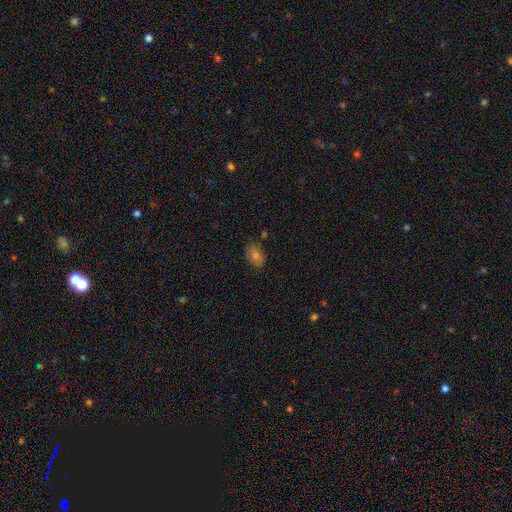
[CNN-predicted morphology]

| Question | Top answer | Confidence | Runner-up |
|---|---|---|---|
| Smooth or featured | smooth | 61% | star or artifact (21%) |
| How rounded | in between | 78% | round (21%) |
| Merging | none | 78% | minor disturbance (16%) |